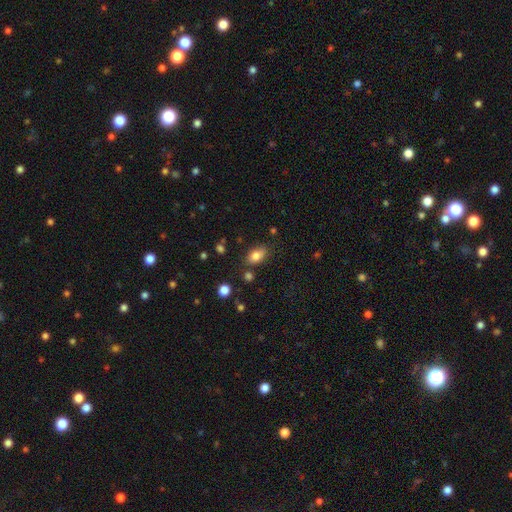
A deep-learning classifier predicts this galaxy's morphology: type=smooth (82%); roundness=in between (87%); merging=none (78%).